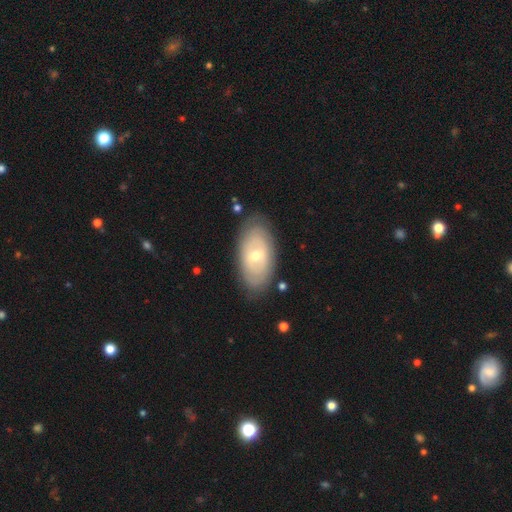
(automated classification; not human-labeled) This is possibly a featured or disk galaxy (58%). It is clearly not viewed edge-on (91%). Bar: marginally no (44%). Spiral arm pattern: possibly yes (52%). Central bulge: possibly moderate (56%). Merging: clearly none (82%).